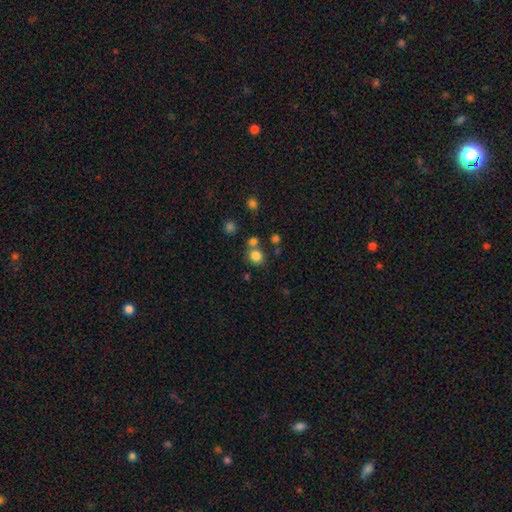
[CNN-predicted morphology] This appears to be a smooth galaxy with no disk features (81%) that is round (82%). Merging: none (65%).